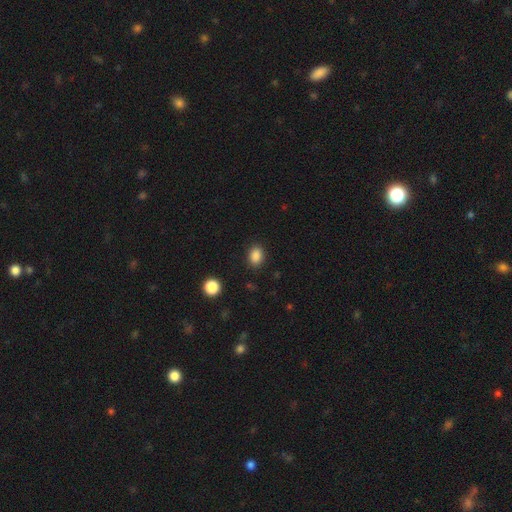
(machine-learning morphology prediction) Smooth or featured: smooth — 86% (star or artifact — 10%)
How rounded: in between — 72% (round — 27%)
Merging: none — 87% (minor disturbance — 9%)